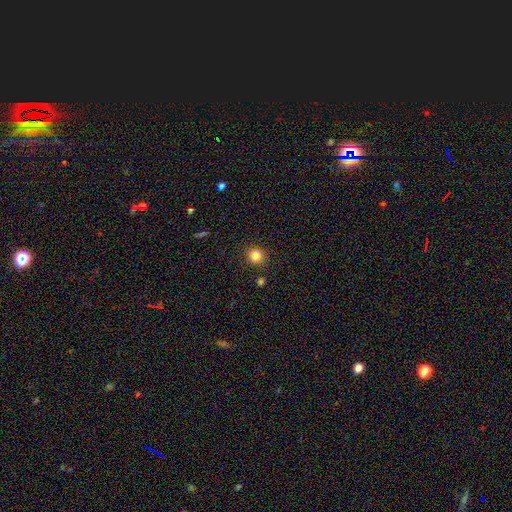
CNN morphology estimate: smooth_or_featured: smooth (p=0.83) [alt: star or artifact p=0.12]
how_rounded: round (p=0.92) [alt: in between p=0.07]
merging: none (p=0.90) [alt: minor disturbance p=0.06]